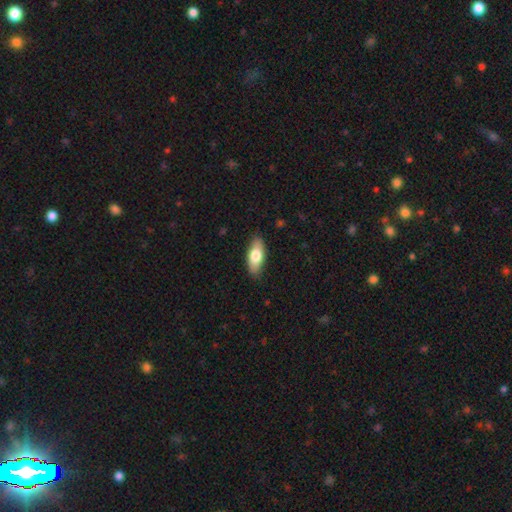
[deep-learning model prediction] Overall: smooth (75%). How rounded: in between (83%). Merging: none (86%).